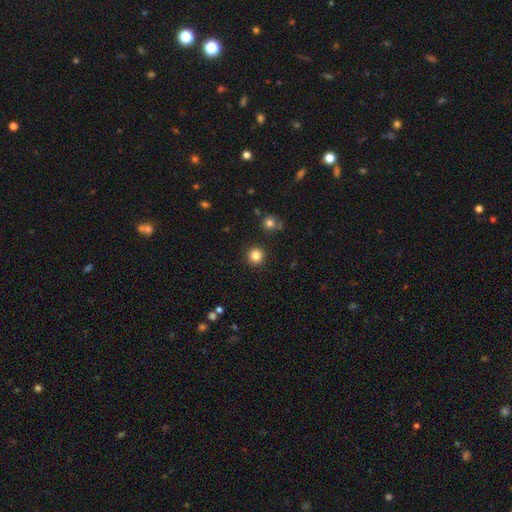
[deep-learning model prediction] Morphology: type=smooth (84%); roundness=round (95%); merging=none (92%).